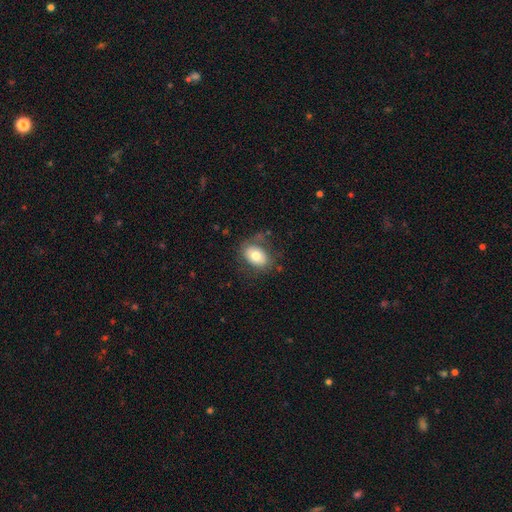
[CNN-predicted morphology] smooth_or_featured: smooth (p=0.74) [alt: featured or disk p=0.18]
how_rounded: in between (p=0.81) [alt: round p=0.18]
merging: none (p=0.72) [alt: minor disturbance p=0.18]